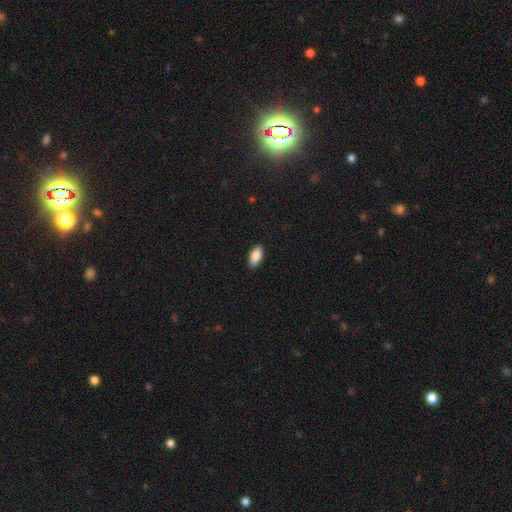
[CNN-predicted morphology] A smooth galaxy with no disk features (87%) that is in between round and cigar-shaped (92%).

Vote fractions:
- Smooth or featured? smooth: 87% / star or artifact: 6% / featured or disk: 6%
- How rounded? in between: 92% / cigar-shaped: 6% / round: 2%
- Merging? none: 88% / minor disturbance: 9% / major disturbance: 2% / merger: 1%